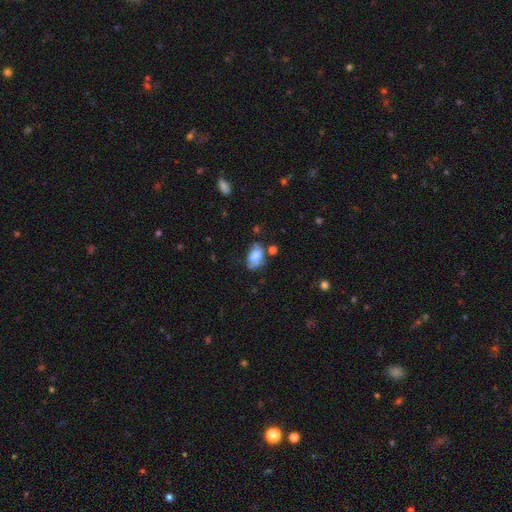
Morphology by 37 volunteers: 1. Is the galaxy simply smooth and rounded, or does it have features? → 76% smooth, 22% featured or disk, 3% star or artifact.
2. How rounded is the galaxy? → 89% in between, 11% round, 0% cigar-shaped.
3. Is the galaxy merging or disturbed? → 39% minor disturbance, 33% none, 17% major disturbance, 11% merger.